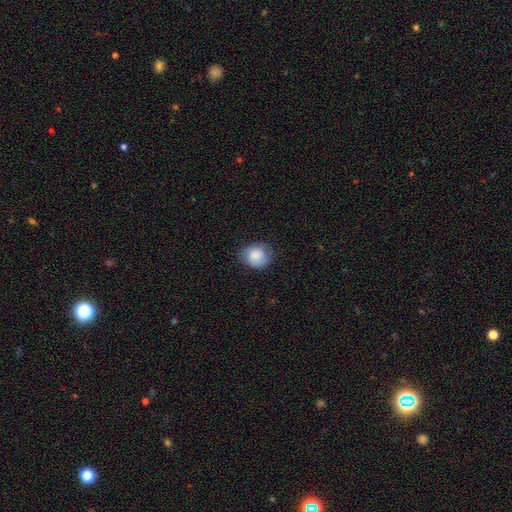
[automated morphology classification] A smooth galaxy with no disk features (83%) that is round (72%). Merging: none (71%).